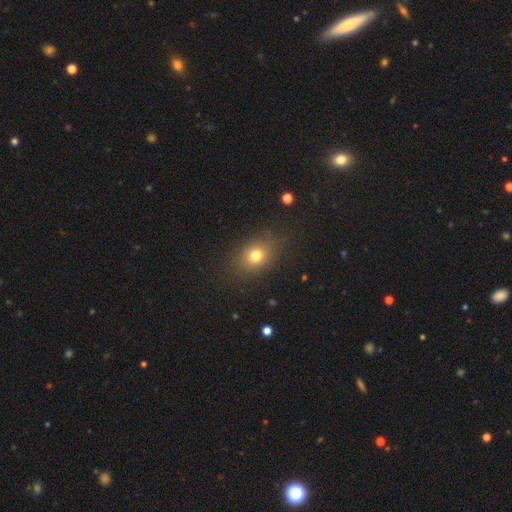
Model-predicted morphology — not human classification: type=smooth (75%); roundness=in between (56%); merging=none (82%).